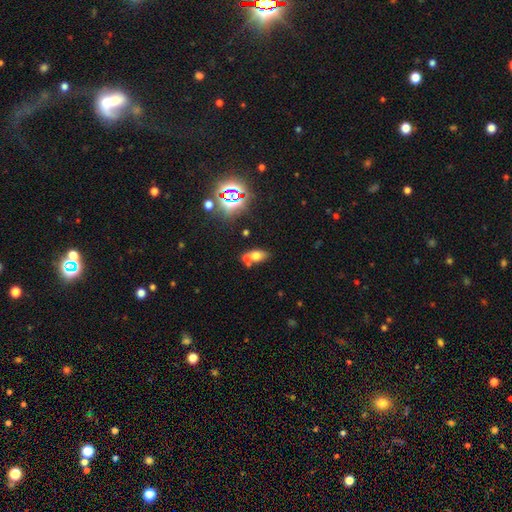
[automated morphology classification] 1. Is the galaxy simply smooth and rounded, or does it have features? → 62% smooth, 19% star or artifact, 19% featured or disk.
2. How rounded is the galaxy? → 79% in between, 17% round, 4% cigar-shaped.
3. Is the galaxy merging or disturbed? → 45% merger, 39% none, 11% minor disturbance, 5% major disturbance.